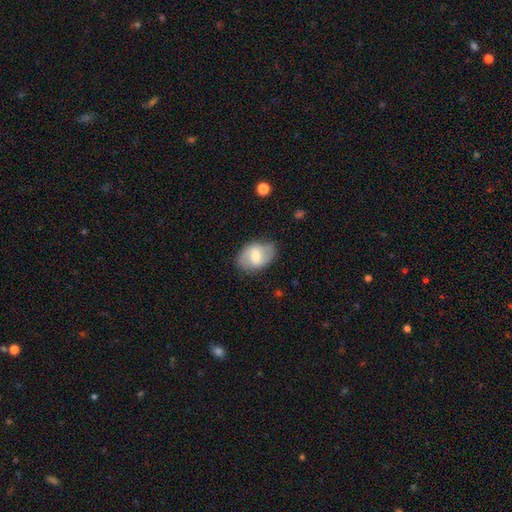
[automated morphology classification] Overall: smooth (48%; featured or disk 45%). Merging: none (77%).